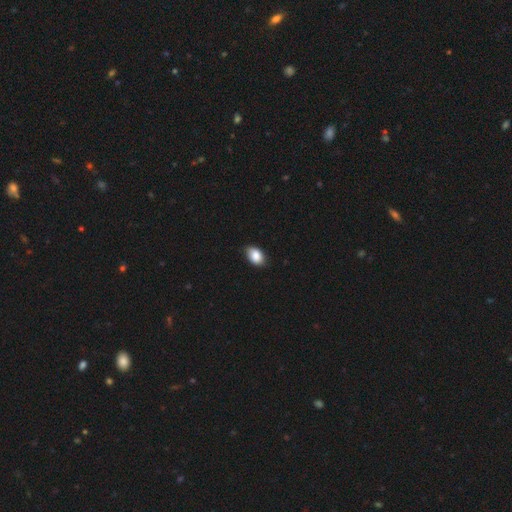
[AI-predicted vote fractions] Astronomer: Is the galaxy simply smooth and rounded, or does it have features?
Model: smooth — 87%.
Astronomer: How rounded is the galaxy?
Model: in between — 87%.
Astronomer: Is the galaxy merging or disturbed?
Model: none — 79%.